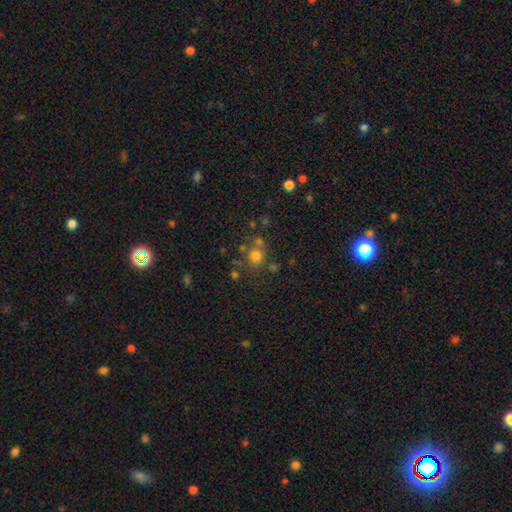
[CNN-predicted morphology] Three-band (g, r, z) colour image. It shows a smooth galaxy with no disk features (71%) that is round (84%). Merging: none (65%).